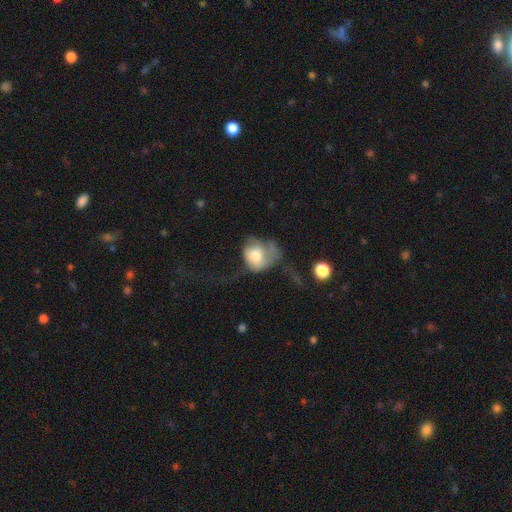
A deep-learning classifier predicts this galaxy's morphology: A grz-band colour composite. It shows a smooth galaxy with no disk features (67%) that is round (55%). Merging: major disturbance (51%).